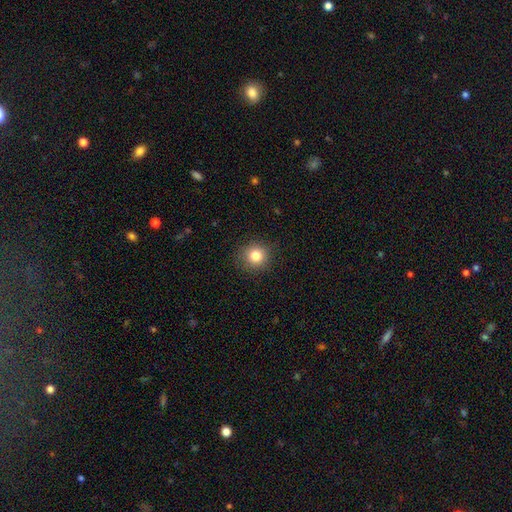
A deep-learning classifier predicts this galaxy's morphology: Q: Smooth or featured?
A: smooth (83%); runner-up: star or artifact (11%)
Q: How rounded?
A: round (90%); runner-up: in between (9%)
Q: Merging?
A: none (89%); runner-up: minor disturbance (8%)